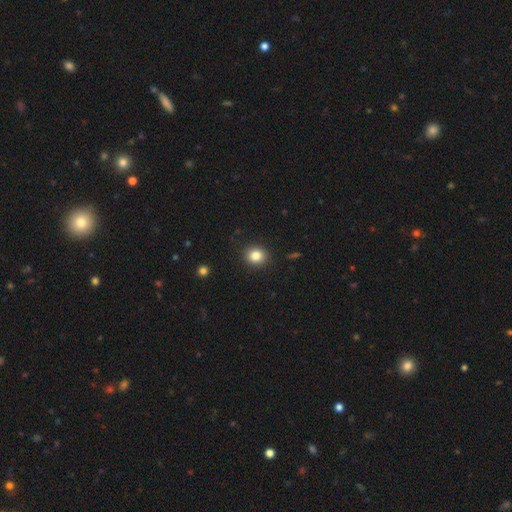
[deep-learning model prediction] Smooth or featured? Predicted: smooth (p=0.84). How rounded? Predicted: round (p=0.72). Merging? Predicted: none (p=0.90).